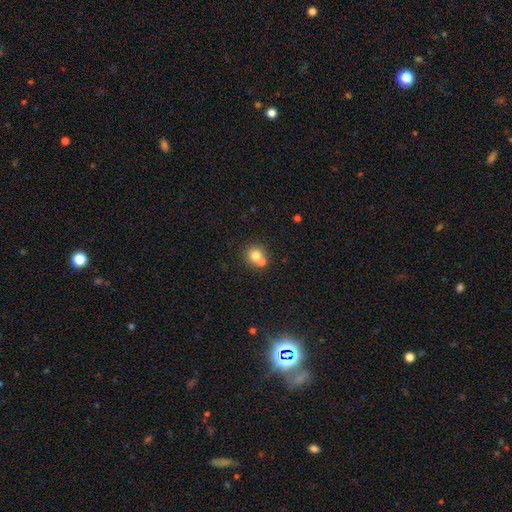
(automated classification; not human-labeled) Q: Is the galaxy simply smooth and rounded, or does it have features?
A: smooth — 74%.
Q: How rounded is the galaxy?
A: round — 88%.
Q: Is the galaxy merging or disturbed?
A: none — 49%.